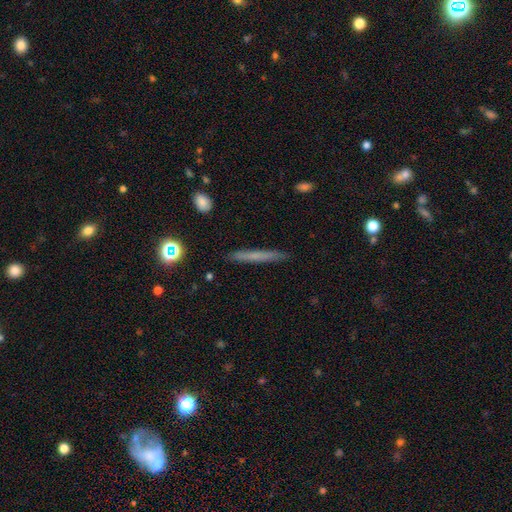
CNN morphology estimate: smooth_or_featured: smooth (p=0.57) [alt: featured or disk p=0.34]
how_rounded: cigar-shaped (p=0.95) [alt: in between p=0.03]
merging: none (p=0.89) [alt: minor disturbance p=0.08]